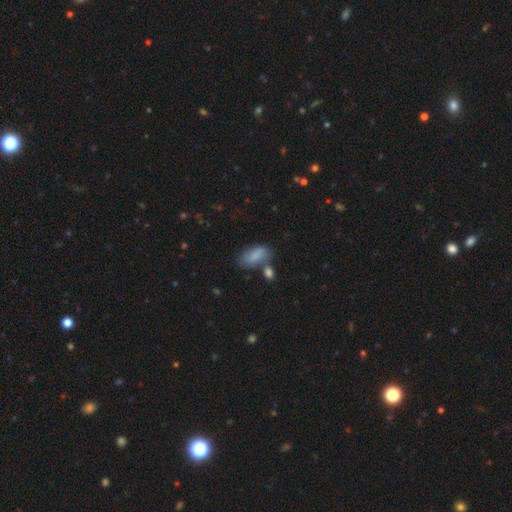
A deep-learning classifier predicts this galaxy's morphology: This appears to be a smooth galaxy with no disk features (81%) that is in between round and cigar-shaped (88%). Merging: none (51%).